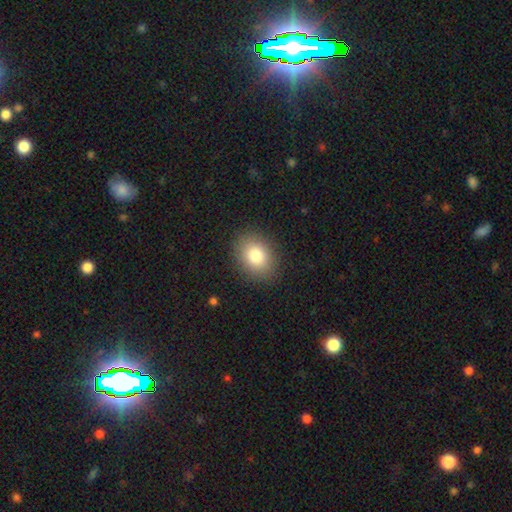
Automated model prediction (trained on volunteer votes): The model was most divided on "how rounded": in between: 54%, round: 45%, cigar-shaped: 1%. More confident: merging — none (88%); smooth or featured — smooth (81%).